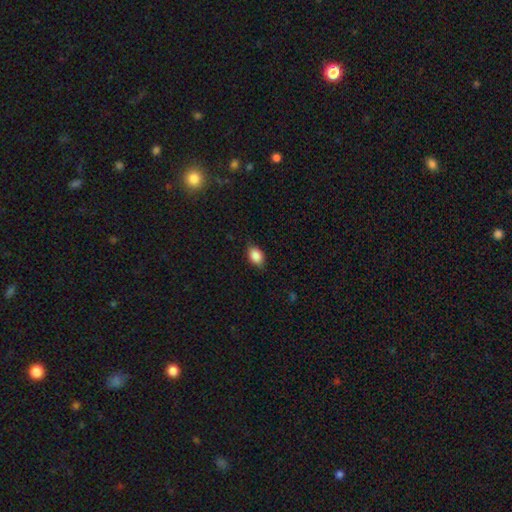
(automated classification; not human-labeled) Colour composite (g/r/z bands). It shows a smooth galaxy with no disk features (87%) that is in between round and cigar-shaped (81%). Merging: none (81%).